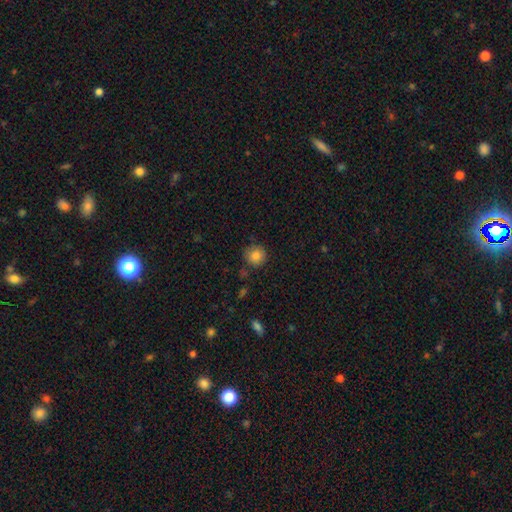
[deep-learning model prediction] smooth 84%, star or artifact 10%, featured or disk 6%. Down the decision tree: how rounded — round (91%); merging — none (81%).